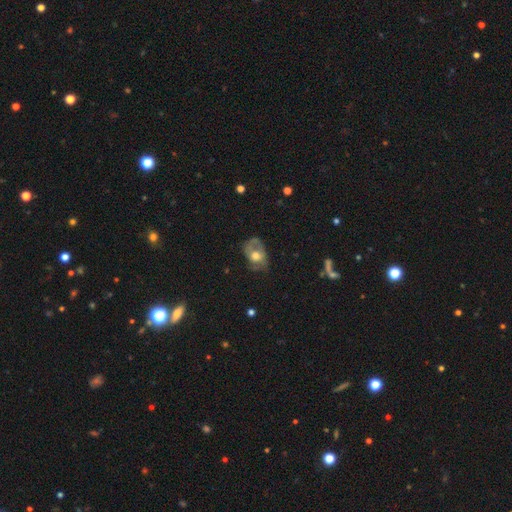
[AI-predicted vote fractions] This is possibly a featured or disk galaxy (51%). It is clearly not viewed edge-on (95%). Merging: marginally none (43%).